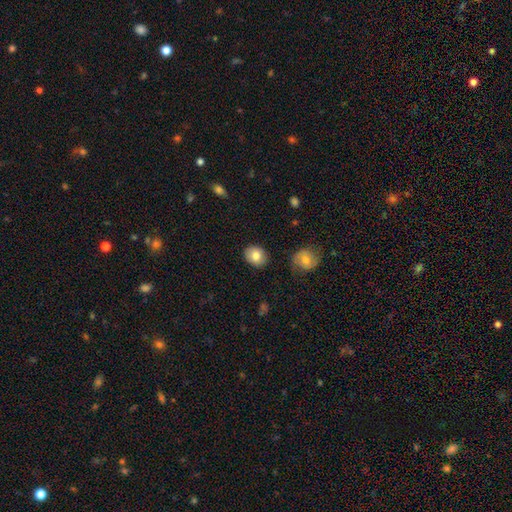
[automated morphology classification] This appears to be a smooth galaxy with no disk features (82%) that is round (58%). Merging: none (87%).